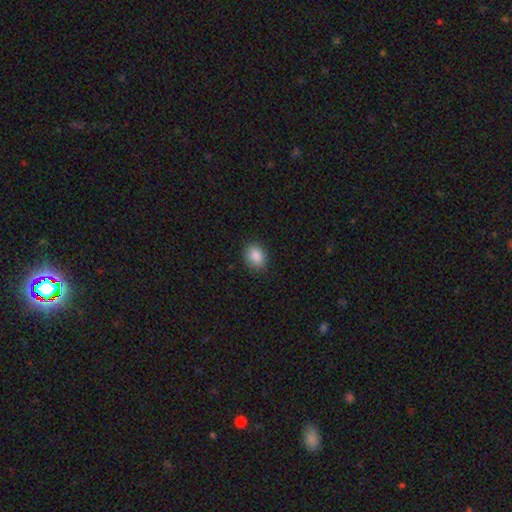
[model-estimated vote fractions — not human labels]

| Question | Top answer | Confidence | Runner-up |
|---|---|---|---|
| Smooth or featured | smooth | 88% | star or artifact (8%) |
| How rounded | in between | 66% | round (33%) |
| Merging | none | 87% | minor disturbance (9%) |